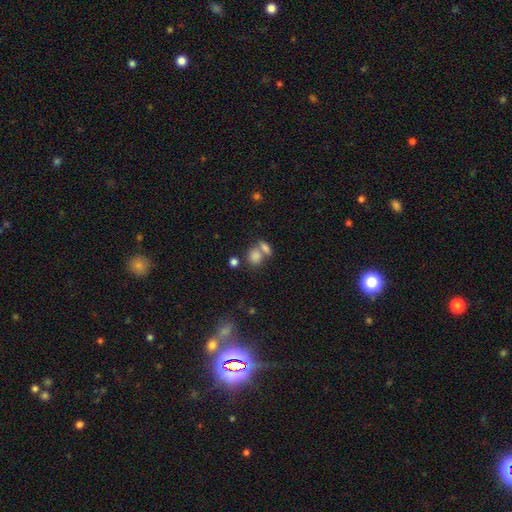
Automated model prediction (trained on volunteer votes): Smooth or featured? Predicted: smooth (p=0.81). How rounded? Predicted: round (p=0.55). Merging? Predicted: merger (p=0.45).